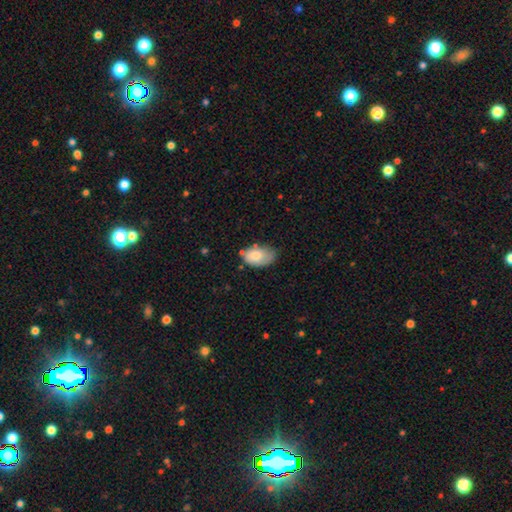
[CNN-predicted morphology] A smooth galaxy with no disk features (77%) that is in between round and cigar-shaped (91%).

Vote fractions:
- Smooth or featured? smooth: 77% / featured or disk: 16% / star or artifact: 7%
- How rounded? in between: 91% / round: 8% / cigar-shaped: 1%
- Merging? none: 52% / minor disturbance: 36% / major disturbance: 8% / merger: 4%